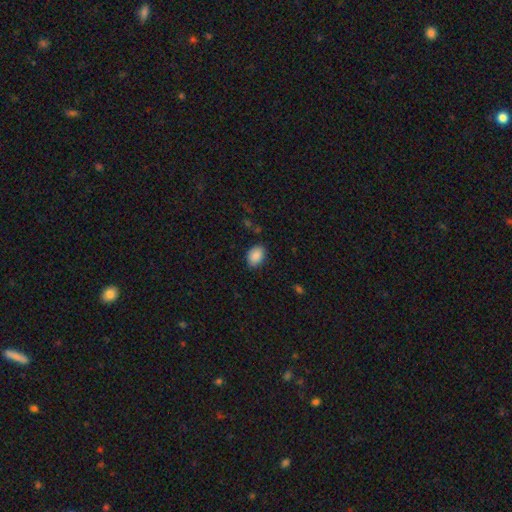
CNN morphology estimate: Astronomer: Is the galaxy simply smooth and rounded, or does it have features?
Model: smooth — 89%.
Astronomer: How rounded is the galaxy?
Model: in between — 81%.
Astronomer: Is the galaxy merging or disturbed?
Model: none — 82%.